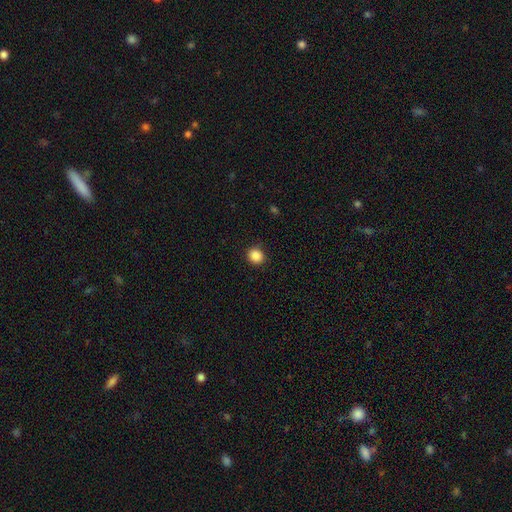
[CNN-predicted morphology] type=smooth (87%); roundness=round (83%); merging=none (88%).